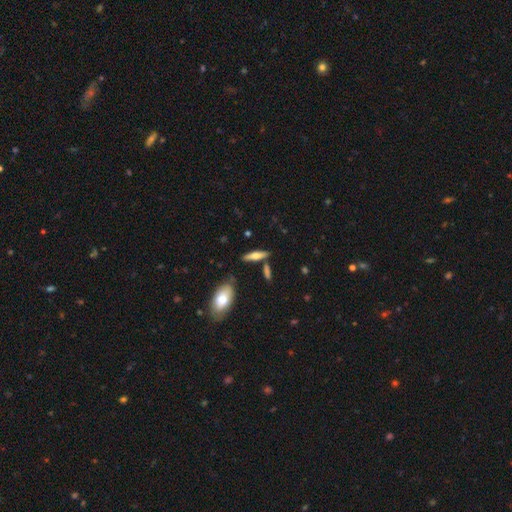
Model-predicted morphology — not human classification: smooth_or_featured: smooth (p=0.52) [alt: featured or disk p=0.42]
how_rounded: cigar-shaped (p=0.63) [alt: in between p=0.34]
merging: none (p=0.77) [alt: minor disturbance p=0.12]